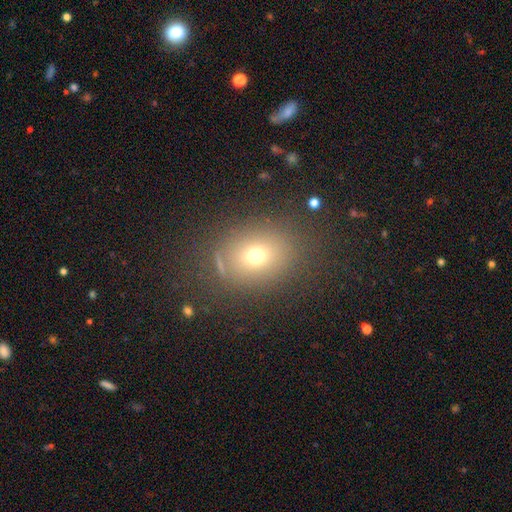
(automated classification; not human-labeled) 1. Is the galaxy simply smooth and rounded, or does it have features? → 66% smooth, 19% star or artifact, 15% featured or disk.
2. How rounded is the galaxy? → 53% round, 46% in between, 1% cigar-shaped.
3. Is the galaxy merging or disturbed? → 78% none, 12% minor disturbance, 7% major disturbance, 3% merger.